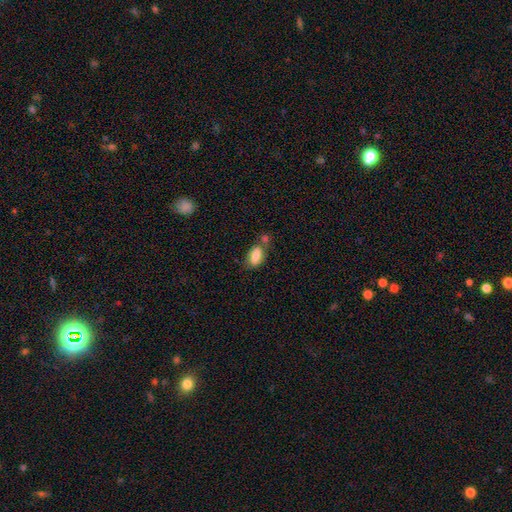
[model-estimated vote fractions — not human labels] A smooth galaxy with no disk features (79%) that is in between round and cigar-shaped (89%).

Vote fractions:
- Smooth or featured? smooth: 79% / featured or disk: 13% / star or artifact: 8%
- How rounded? in between: 89% / round: 6% / cigar-shaped: 5%
- Merging? none: 50% / merger: 27% / minor disturbance: 17% / major disturbance: 6%